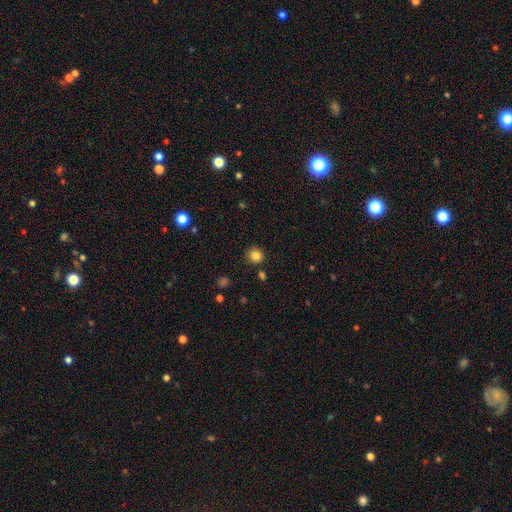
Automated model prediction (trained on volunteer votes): smooth 84%, star or artifact 12%, featured or disk 4%. Down the decision tree: how rounded — round (92%); merging — none (86%).